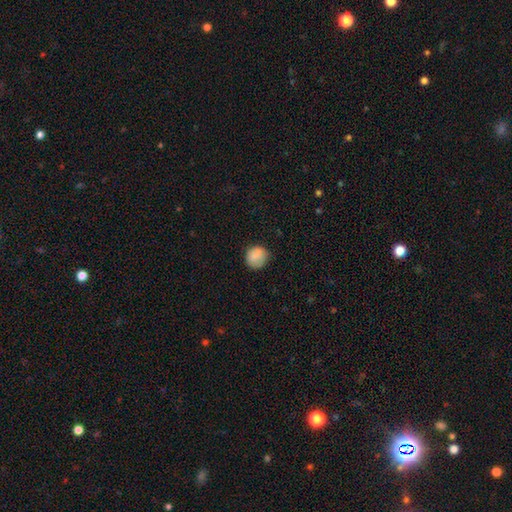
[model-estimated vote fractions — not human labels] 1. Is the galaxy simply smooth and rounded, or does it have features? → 87% smooth, 8% star or artifact, 5% featured or disk.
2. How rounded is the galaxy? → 83% round, 16% in between, 1% cigar-shaped.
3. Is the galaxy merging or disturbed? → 80% none, 15% minor disturbance, 4% major disturbance, 1% merger.